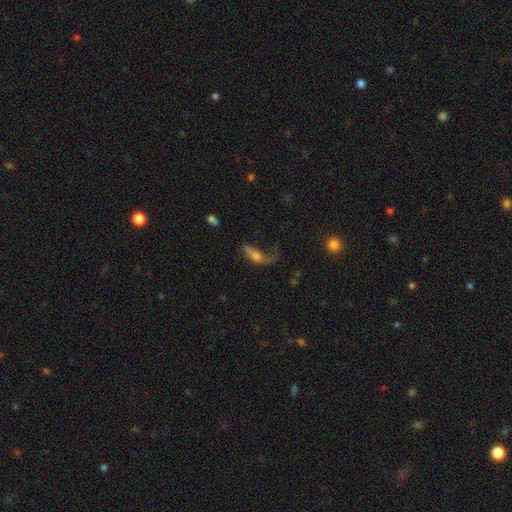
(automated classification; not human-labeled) Smooth or featured? smooth (45%)
Merging? major disturbance (51%)